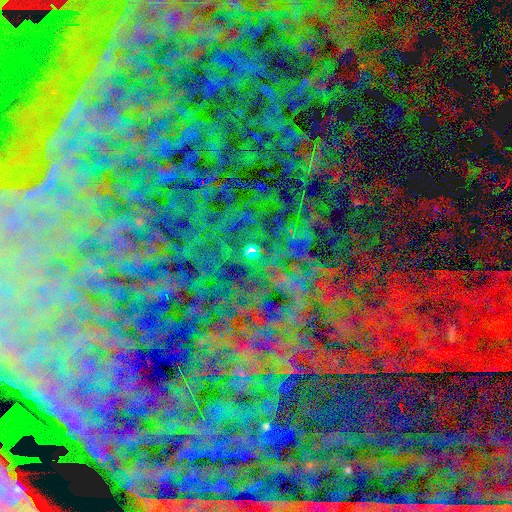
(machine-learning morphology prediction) Smooth or featured? star or artifact (86%)